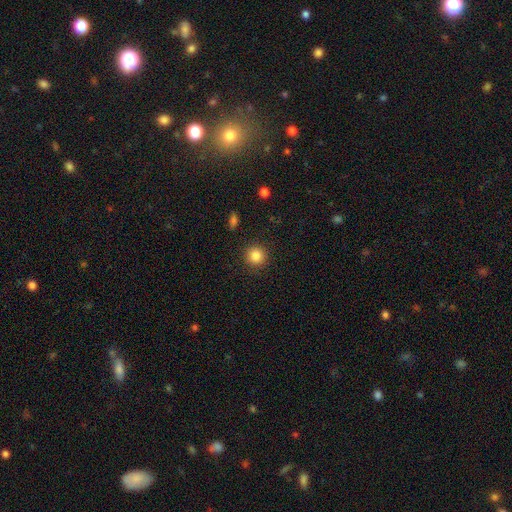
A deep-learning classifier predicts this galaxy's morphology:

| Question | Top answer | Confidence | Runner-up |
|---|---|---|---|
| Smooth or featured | smooth | 85% | star or artifact (10%) |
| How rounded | round | 94% | in between (5%) |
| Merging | none | 91% | minor disturbance (6%) |